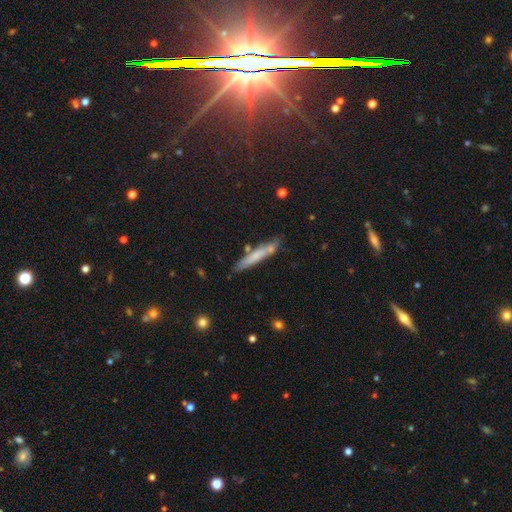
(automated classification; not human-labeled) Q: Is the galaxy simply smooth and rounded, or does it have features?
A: smooth — 64%.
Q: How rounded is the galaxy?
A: cigar-shaped — 91%.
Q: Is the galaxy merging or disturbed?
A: none — 72%.